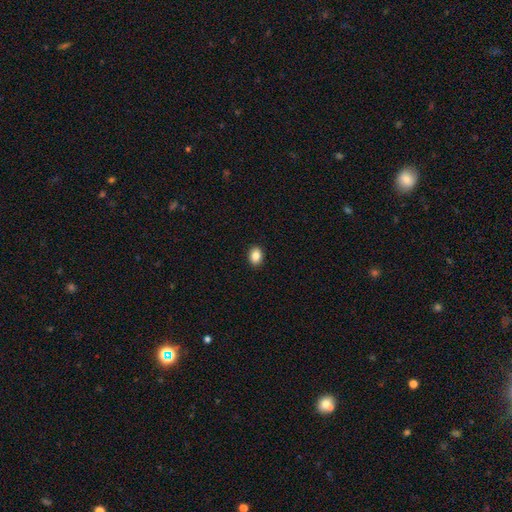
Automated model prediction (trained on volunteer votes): Smooth or featured: smooth — 87% (star or artifact — 9%)
How rounded: in between — 65% (round — 34%)
Merging: none — 91% (minor disturbance — 6%)